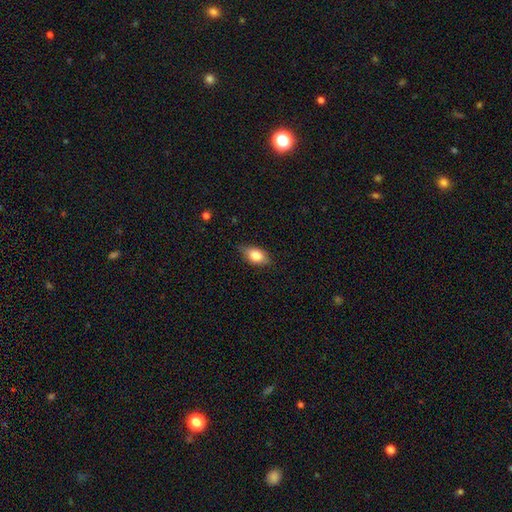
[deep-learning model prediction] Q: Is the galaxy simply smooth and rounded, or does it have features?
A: smooth — 77%.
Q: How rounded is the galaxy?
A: in between — 85%.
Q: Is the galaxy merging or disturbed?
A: none — 78%.